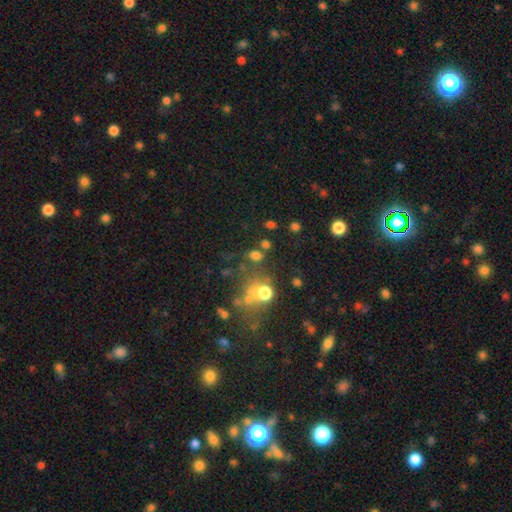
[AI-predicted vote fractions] This is likely a smooth galaxy (64%). How rounded: possibly in between (49%, tied with round). Merging: likely none (60%).